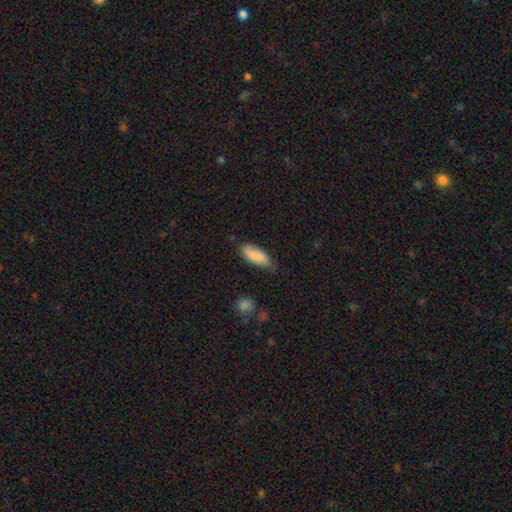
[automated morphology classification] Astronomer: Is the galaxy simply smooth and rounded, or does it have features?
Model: smooth — 83%.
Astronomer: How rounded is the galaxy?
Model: in between — 73%.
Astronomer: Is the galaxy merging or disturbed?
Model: none — 66%.